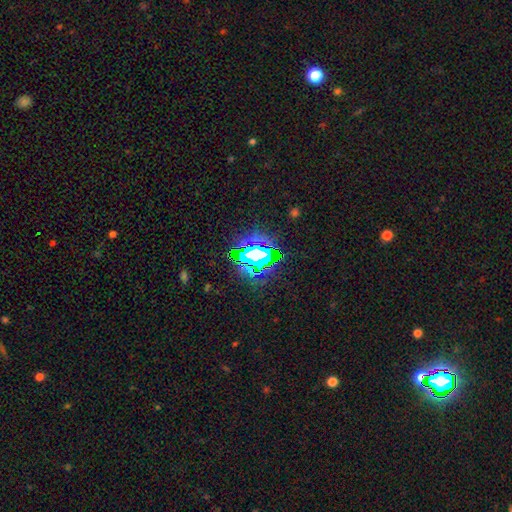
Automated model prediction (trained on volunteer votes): smooth-or-featured: star or artifact: 68% | smooth: 18% | featured or disk: 14%